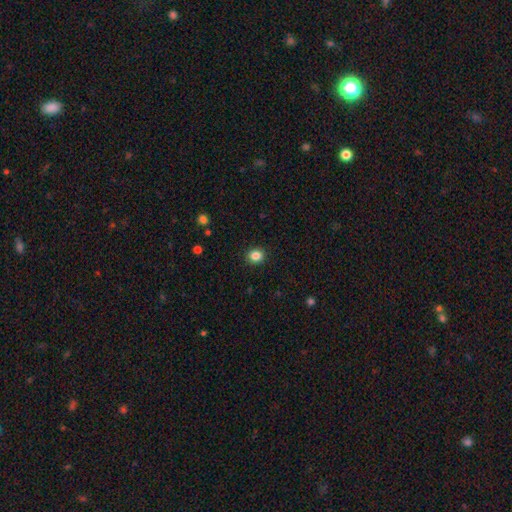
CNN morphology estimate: Q: Smooth or featured?
A: smooth (85%); runner-up: star or artifact (11%)
Q: How rounded?
A: round (85%); runner-up: in between (14%)
Q: Merging?
A: none (92%); runner-up: minor disturbance (5%)